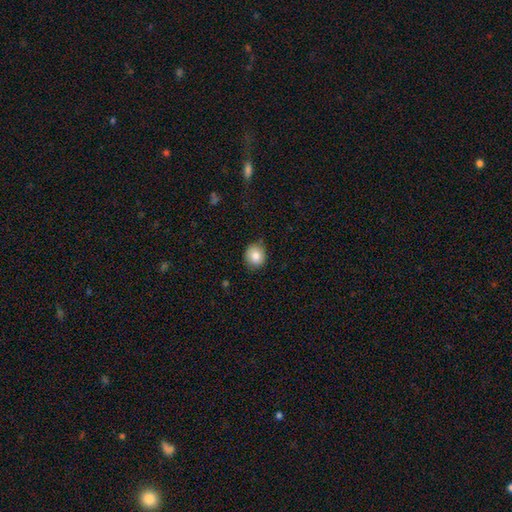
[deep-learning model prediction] smooth_or_featured: smooth (p=0.83) [alt: star or artifact p=0.09]
how_rounded: round (p=0.80) [alt: in between p=0.19]
merging: none (p=0.80) [alt: minor disturbance p=0.16]